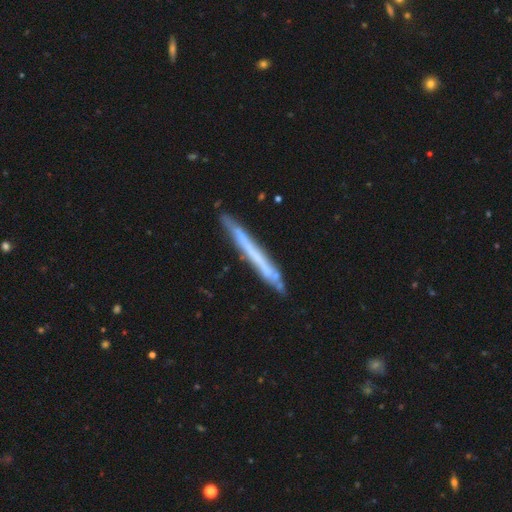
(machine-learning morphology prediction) type=featured or disk (49%); merging=none (86%).